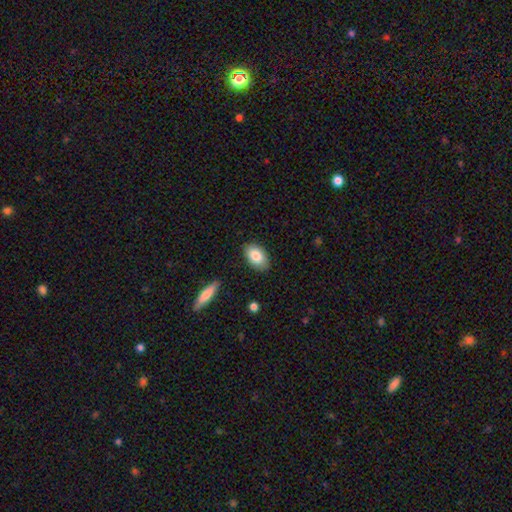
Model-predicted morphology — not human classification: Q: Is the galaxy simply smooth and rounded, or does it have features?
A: smooth — 83%.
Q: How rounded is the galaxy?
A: in between — 92%.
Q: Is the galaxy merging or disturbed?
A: none — 84%.